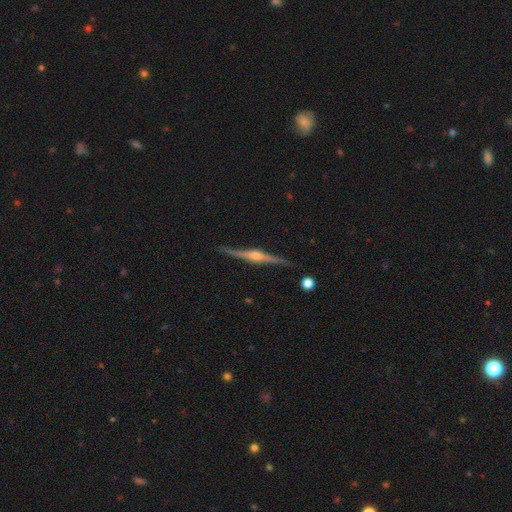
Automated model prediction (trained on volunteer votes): Smooth or featured: featured or disk — 87% (smooth — 8%)
Edge-on disk: yes — 98% (no — 2%)
Edge-on bulge: rounded — 90% (boxy — 7%)
Merging: none — 88% (minor disturbance — 9%)